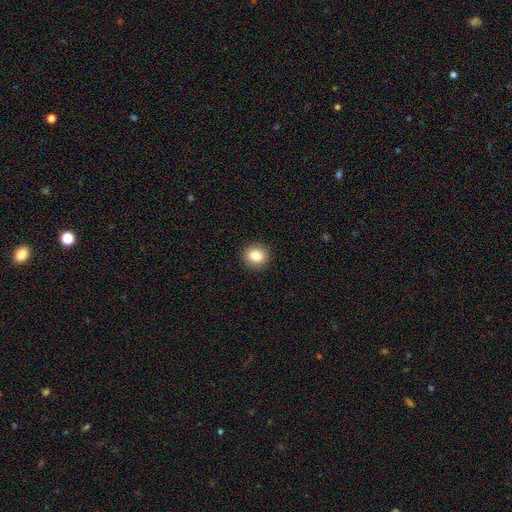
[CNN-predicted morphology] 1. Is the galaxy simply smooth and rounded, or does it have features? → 84% smooth, 9% star or artifact, 7% featured or disk.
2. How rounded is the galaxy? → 83% round, 16% in between, 1% cigar-shaped.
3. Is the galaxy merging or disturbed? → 91% none, 6% minor disturbance, 2% major disturbance, 1% merger.